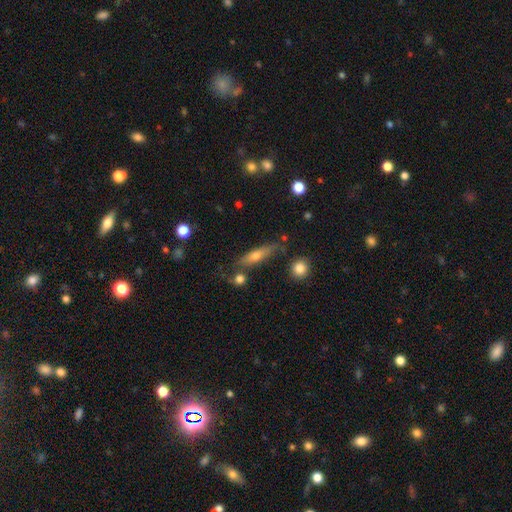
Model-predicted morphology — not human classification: smooth_or_featured: smooth (p=0.53) [alt: featured or disk p=0.38]
how_rounded: cigar-shaped (p=0.68) [alt: in between p=0.28]
merging: none (p=0.65) [alt: minor disturbance p=0.20]